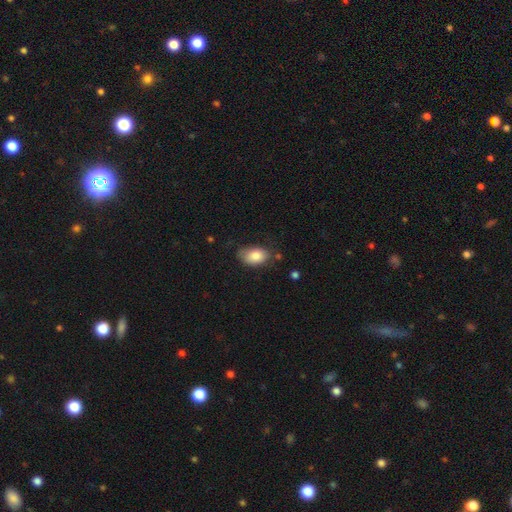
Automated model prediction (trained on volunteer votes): This appears to be a smooth galaxy with no disk features (84%) that is in between round and cigar-shaped (89%). Merging: none (64%).